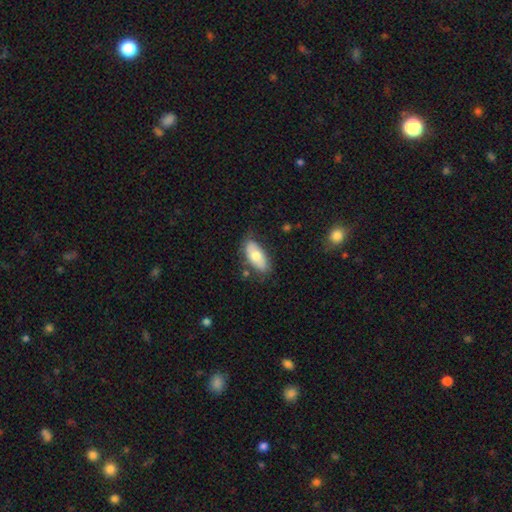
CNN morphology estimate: smooth-or-featured: smooth: 68% | featured or disk: 26% | star or artifact: 6%
  how-rounded: in between: 87% | cigar-shaped: 10% | round: 3%
  merging: none: 72% | minor disturbance: 20% | major disturbance: 5% | merger: 3%